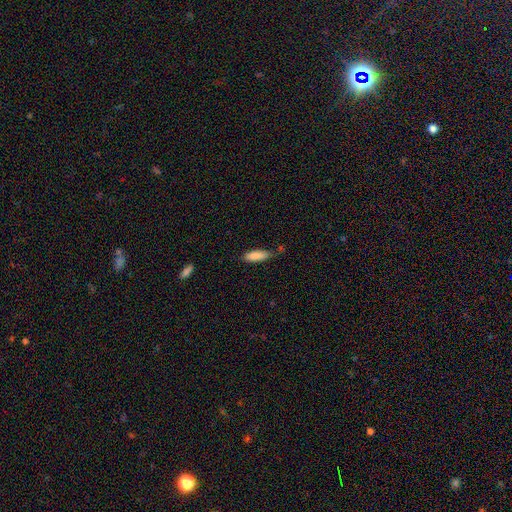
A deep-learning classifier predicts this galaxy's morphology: Smooth or featured: smooth — 87% (star or artifact — 7%)
How rounded: cigar-shaped — 50% (in between — 49%)
Merging: none — 63% (minor disturbance — 28%)